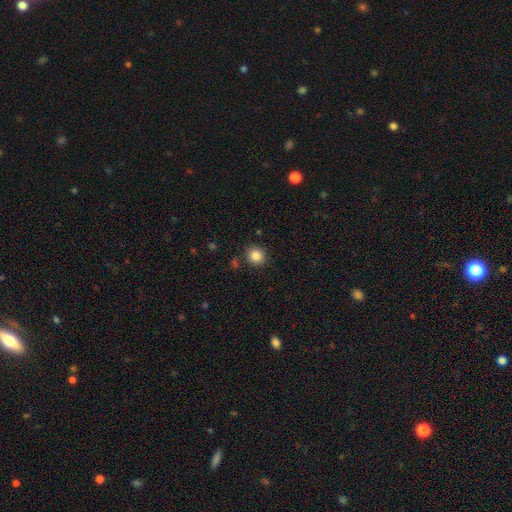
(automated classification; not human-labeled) smooth-or-featured: smooth: 84% | star or artifact: 11% | featured or disk: 5%
  how-rounded: round: 88% | in between: 11% | cigar-shaped: 1%
  merging: none: 87% | minor disturbance: 7% | merger: 3% | major disturbance: 2%